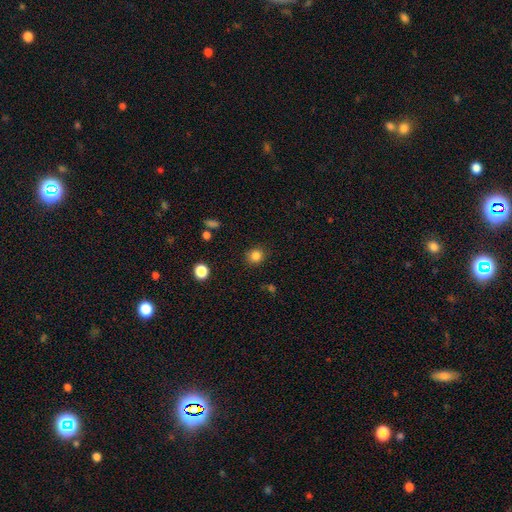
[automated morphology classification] This appears to be a smooth galaxy with no disk features (84%) that is round (85%). Merging: none (87%).